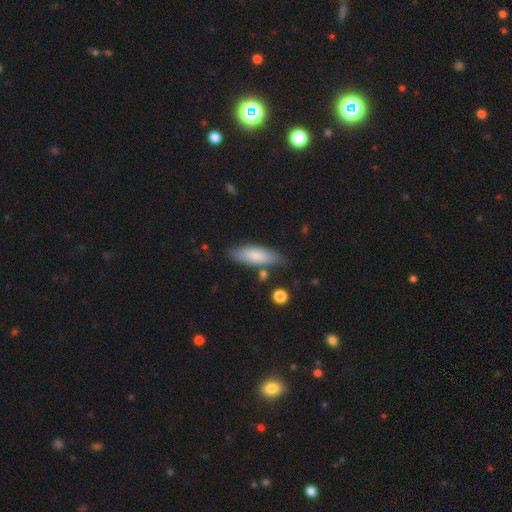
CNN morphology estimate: Smooth or featured?
  - smooth: 80% *
  - featured or disk: 15%
  - star or artifact: 6%
How rounded?
  - in between: 58% *
  - cigar-shaped: 40%
  - round: 2%
Merging?
  - none: 74% *
  - minor disturbance: 17%
  - merger: 5%
  - major disturbance: 4%